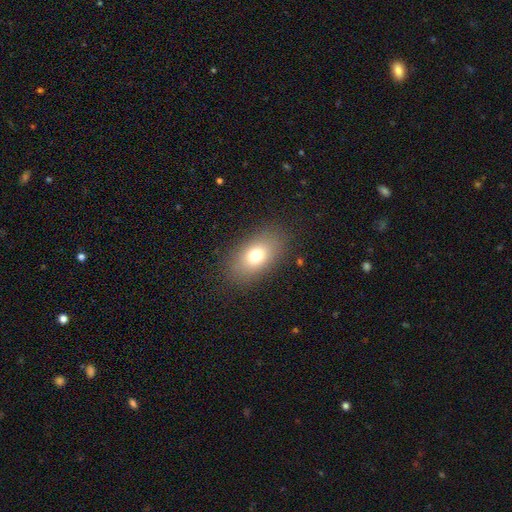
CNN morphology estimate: Overall: smooth (74%). How rounded: in between (86%). Merging: none (85%).